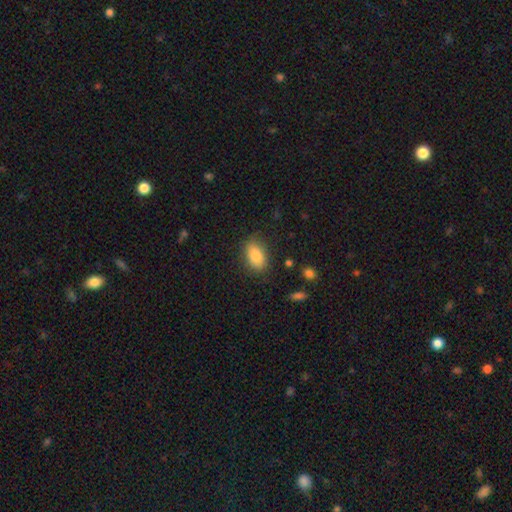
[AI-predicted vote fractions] smooth 87%, star or artifact 7%, featured or disk 6%. Down the decision tree: how rounded — in between (89%); merging — none (81%).